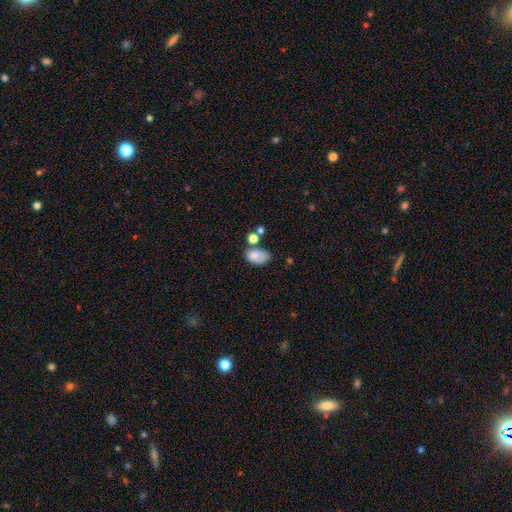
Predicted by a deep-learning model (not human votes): Smooth or featured? Predicted: smooth (p=0.79). How rounded? Predicted: in between (p=0.87). Merging? Predicted: none (p=0.42).